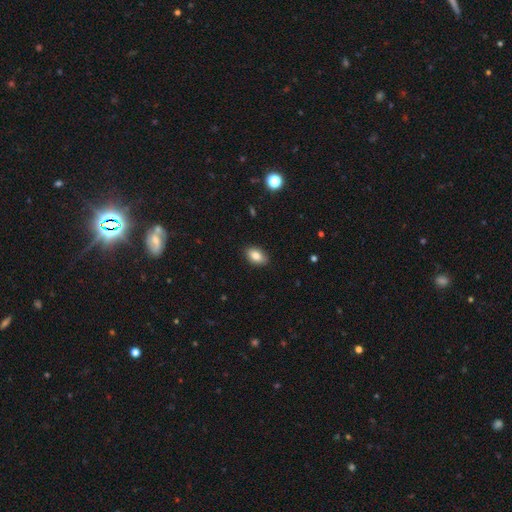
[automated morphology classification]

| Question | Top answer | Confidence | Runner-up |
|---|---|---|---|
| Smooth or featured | smooth | 84% | star or artifact (8%) |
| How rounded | in between | 89% | round (9%) |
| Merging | none | 88% | minor disturbance (9%) |